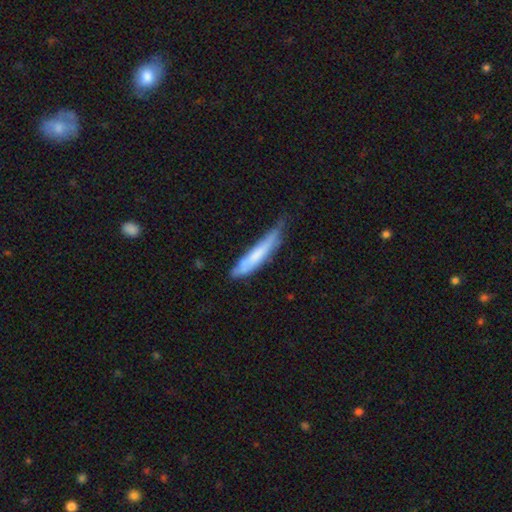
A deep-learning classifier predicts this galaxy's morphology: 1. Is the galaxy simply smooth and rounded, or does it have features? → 65% smooth, 30% featured or disk, 6% star or artifact.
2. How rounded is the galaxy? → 89% cigar-shaped, 10% in between, 1% round.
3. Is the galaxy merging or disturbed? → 47% none, 40% minor disturbance, 10% major disturbance, 3% merger.